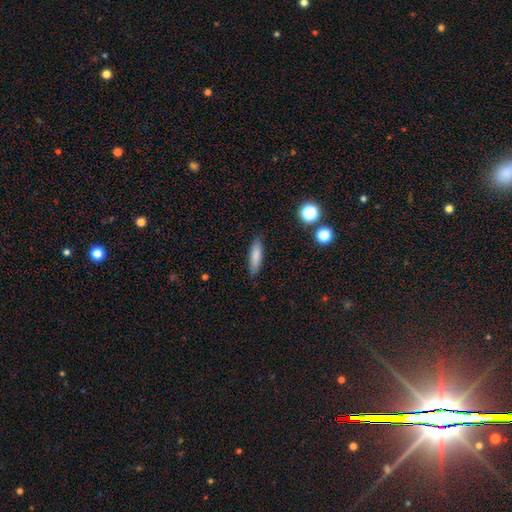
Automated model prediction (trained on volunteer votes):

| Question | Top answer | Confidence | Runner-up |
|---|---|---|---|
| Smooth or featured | smooth | 82% | featured or disk (11%) |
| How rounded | cigar-shaped | 61% | in between (37%) |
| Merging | none | 86% | minor disturbance (11%) |